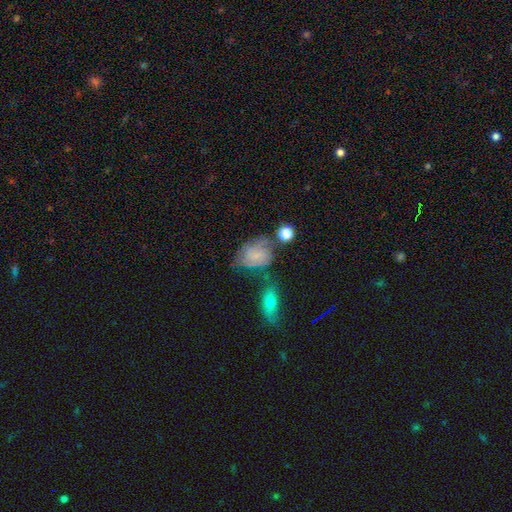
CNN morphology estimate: This is possibly a smooth galaxy (48%). Merging: possibly none (46%).